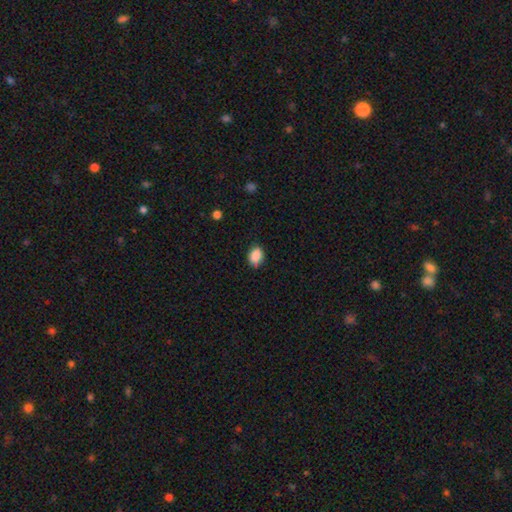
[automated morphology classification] smooth 88%, star or artifact 8%, featured or disk 4%. Down the decision tree: how rounded — in between (71%); merging — none (77%).